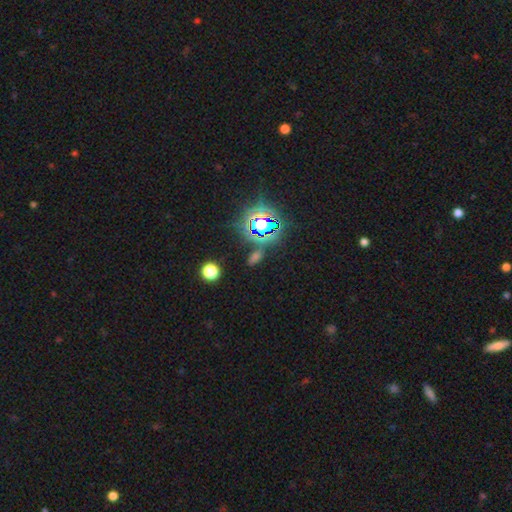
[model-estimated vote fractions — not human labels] The model was most divided on "smooth or featured": star or artifact: 56%, smooth: 33%, featured or disk: 10%.